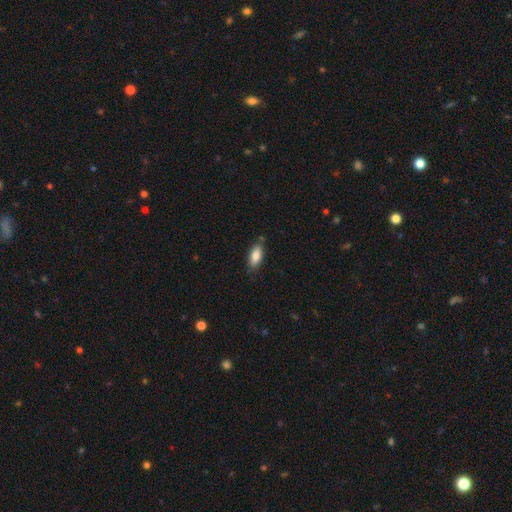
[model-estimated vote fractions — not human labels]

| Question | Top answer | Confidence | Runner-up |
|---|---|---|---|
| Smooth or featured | smooth | 83% | featured or disk (10%) |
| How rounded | in between | 85% | cigar-shaped (13%) |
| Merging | none | 80% | minor disturbance (14%) |